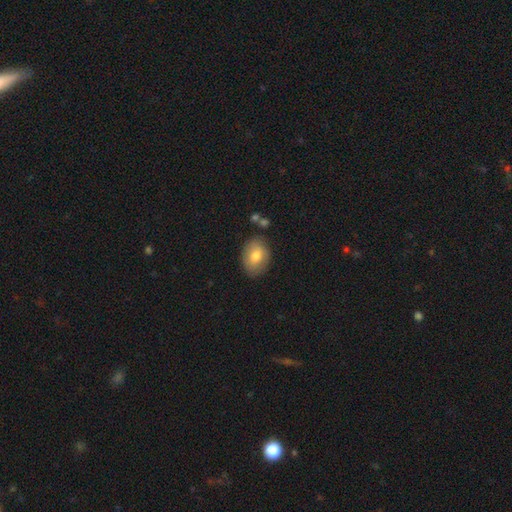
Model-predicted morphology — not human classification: This appears to be a smooth galaxy with no disk features (77%) that is in between round and cigar-shaped (70%). Merging: none (80%).